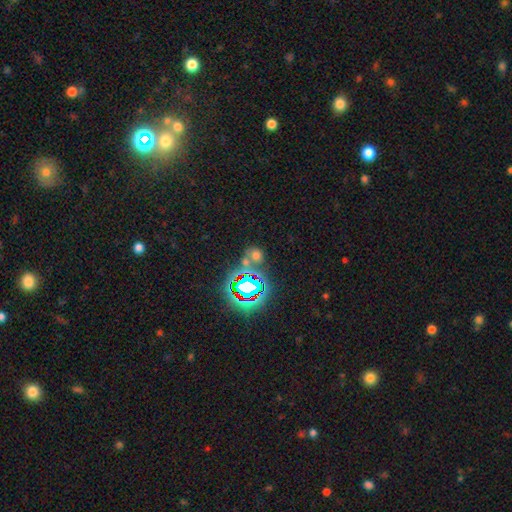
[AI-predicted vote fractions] smooth_or_featured: star or artifact (p=0.46) [alt: smooth p=0.44]